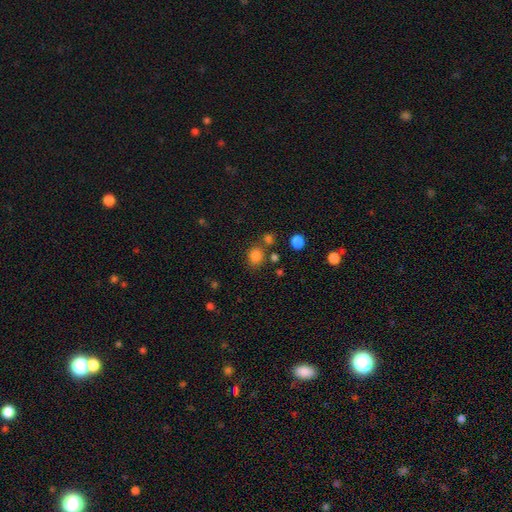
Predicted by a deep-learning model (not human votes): A smooth galaxy with no disk features (81%) that is round (63%).

Vote fractions:
- Smooth or featured? smooth: 81% / star or artifact: 14% / featured or disk: 5%
- How rounded? round: 63% / in between: 36% / cigar-shaped: 1%
- Merging? none: 71% / merger: 12% / minor disturbance: 12% / major disturbance: 5%